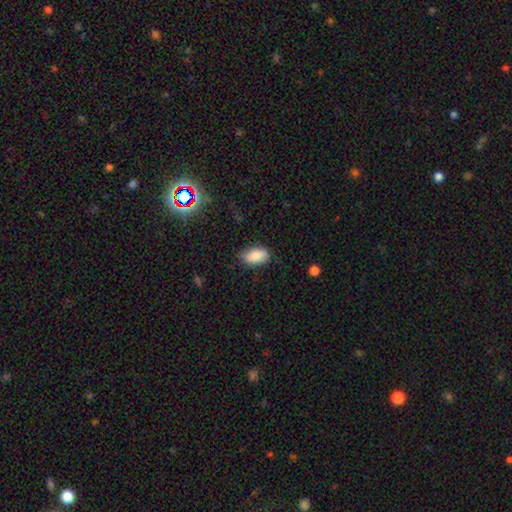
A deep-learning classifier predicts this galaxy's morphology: This appears to be a smooth galaxy with no disk features (86%) that is in between round and cigar-shaped (93%). Merging: none (78%).